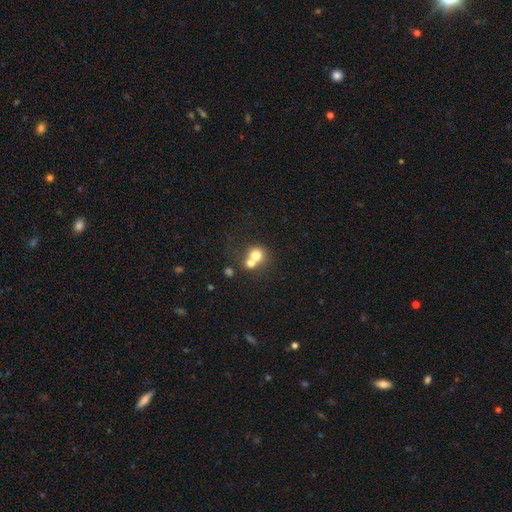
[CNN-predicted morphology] Smooth or featured? smooth (71%)
How rounded? round (79%)
Merging? merger (60%)